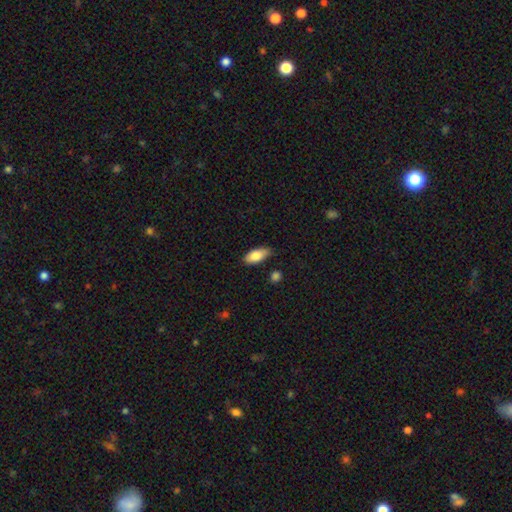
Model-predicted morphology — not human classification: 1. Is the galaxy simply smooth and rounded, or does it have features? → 82% smooth, 11% featured or disk, 6% star or artifact.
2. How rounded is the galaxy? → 87% in between, 10% cigar-shaped, 3% round.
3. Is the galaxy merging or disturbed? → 74% none, 20% minor disturbance, 3% major disturbance, 3% merger.